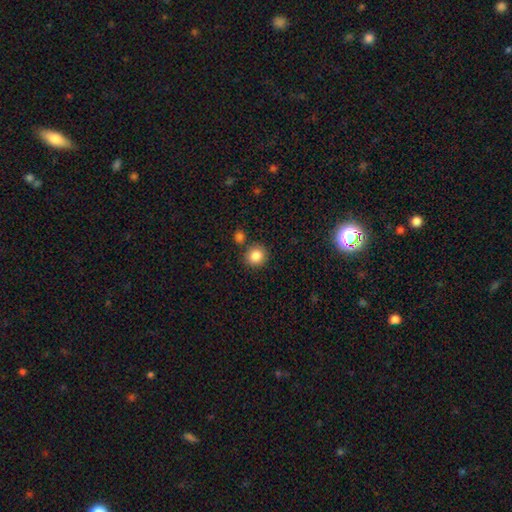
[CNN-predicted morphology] This is clearly a smooth galaxy (86%). How rounded: clearly round (87%). Merging: clearly none (81%).